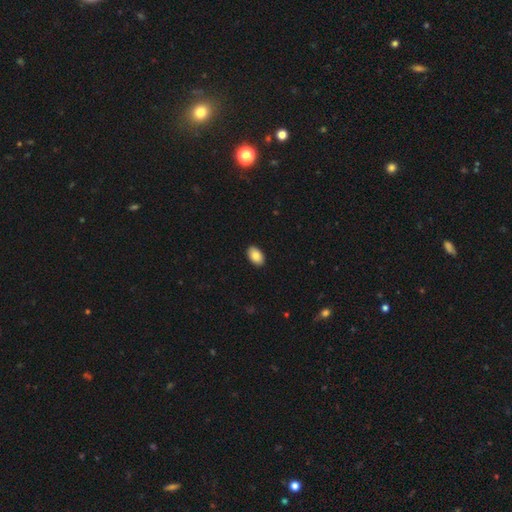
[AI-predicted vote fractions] Smooth or featured? smooth (86%)
How rounded? in between (92%)
Merging? none (91%)